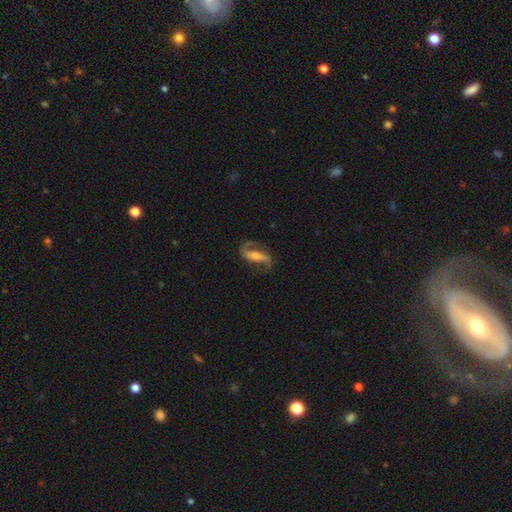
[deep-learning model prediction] This appears to be a featured or disk galaxy (82%) with a strong bar (44%), 2 (89%) loose (50%) spiral arms (95%) and a small central bulge (38%, tied with moderate). Merging: none (70%).